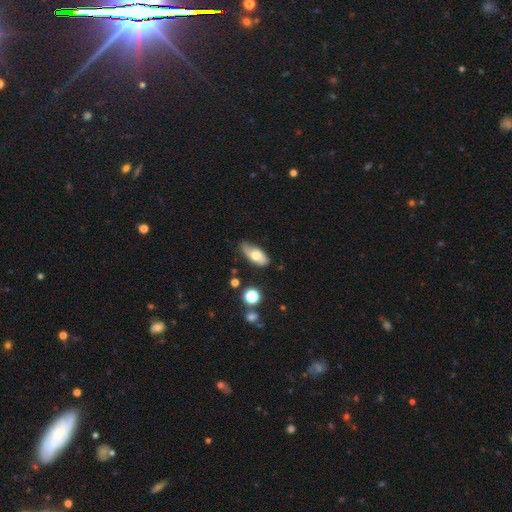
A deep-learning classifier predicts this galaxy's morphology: type=smooth (59%); roundness=in between (85%); merging=none (70%).